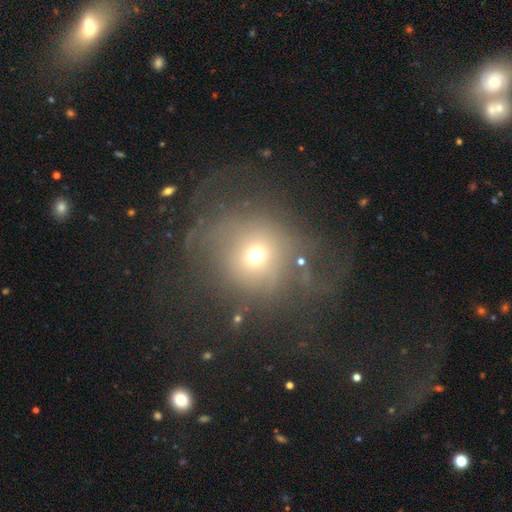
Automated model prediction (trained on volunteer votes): smooth-or-featured: smooth: 59% | featured or disk: 21% | star or artifact: 20%
  how-rounded: round: 89% | in between: 10% | cigar-shaped: 1%
  merging: none: 49% | major disturbance: 30% | minor disturbance: 16% | merger: 5%